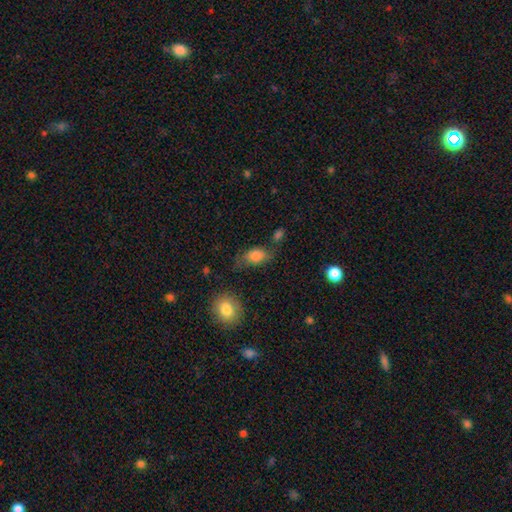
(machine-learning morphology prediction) smooth 81%, featured or disk 10%, star or artifact 9%. Down the decision tree: how rounded — in between (85%); merging — none (56%).